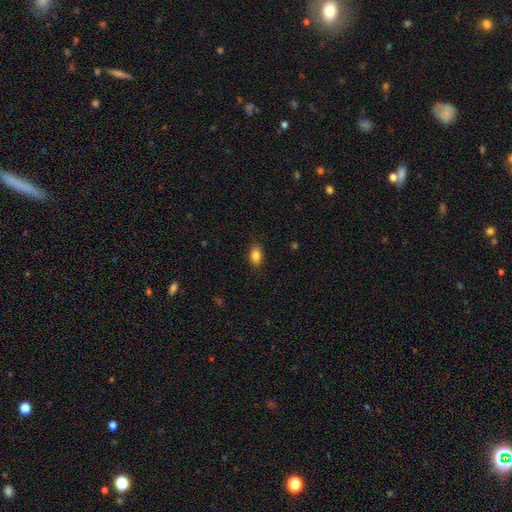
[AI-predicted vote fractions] A smooth galaxy with no disk features (85%) that is in between round and cigar-shaped (87%).

Vote fractions:
- Smooth or featured? smooth: 85% / star or artifact: 9% / featured or disk: 6%
- How rounded? in between: 87% / round: 11% / cigar-shaped: 2%
- Merging? none: 85% / minor disturbance: 11% / major disturbance: 3% / merger: 1%